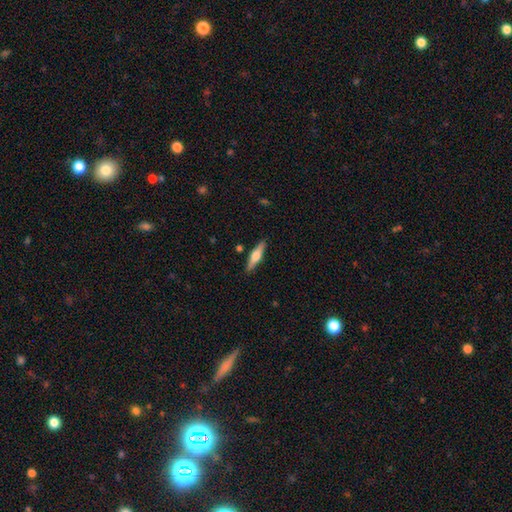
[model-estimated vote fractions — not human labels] Smooth or featured? Predicted: featured or disk (p=0.56). Edge-on disk? Predicted: yes (p=0.96). Edge-on bulge? Predicted: rounded (p=0.91). Merging? Predicted: none (p=0.89).